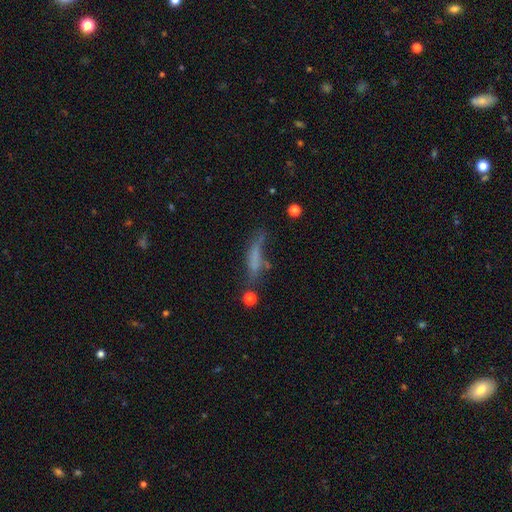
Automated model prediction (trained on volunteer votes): This appears to be a smooth galaxy with no disk features (52%) that is cigar-shaped (77%). Merging: none (44%).